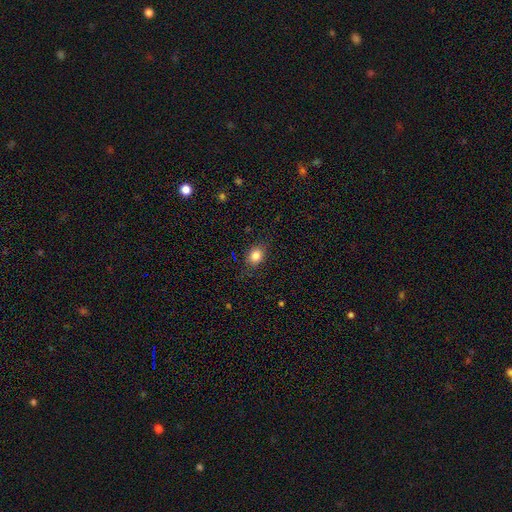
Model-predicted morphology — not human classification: Smooth or featured? Predicted: smooth (p=0.83). How rounded? Predicted: in between (p=0.55). Merging? Predicted: none (p=0.83).